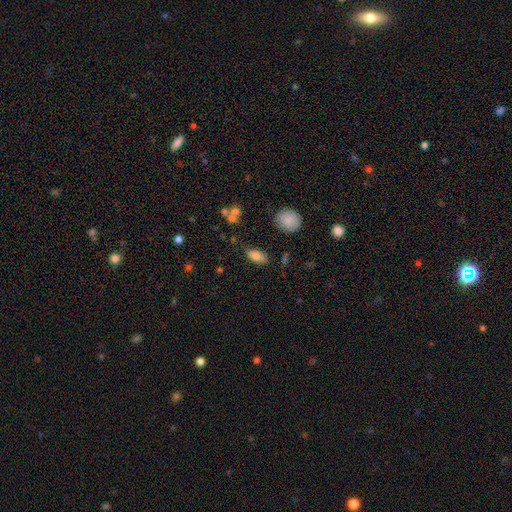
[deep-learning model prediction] This is likely a smooth galaxy (78%). How rounded: clearly in between (89%). Merging: likely none (78%).